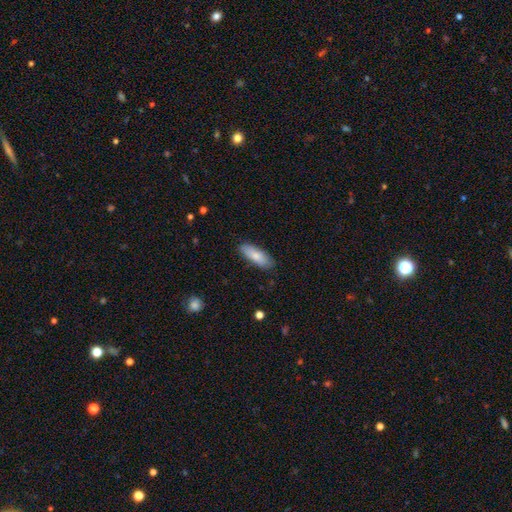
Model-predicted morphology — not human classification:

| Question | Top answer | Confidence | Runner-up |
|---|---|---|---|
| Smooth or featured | smooth | 79% | featured or disk (15%) |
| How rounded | in between | 68% | cigar-shaped (30%) |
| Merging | none | 85% | minor disturbance (12%) |